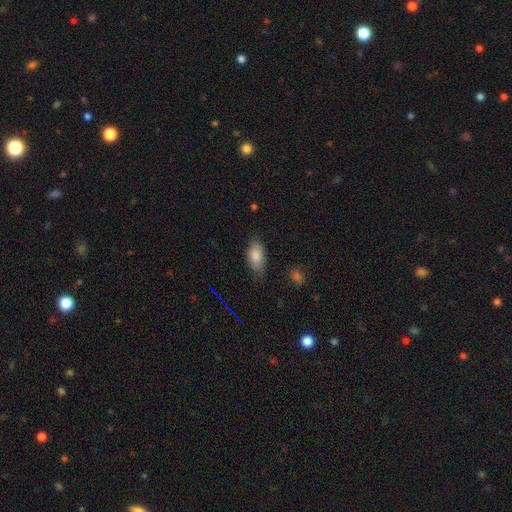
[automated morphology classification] This is clearly a smooth galaxy (82%). How rounded: clearly in between (91%). Merging: likely none (72%).